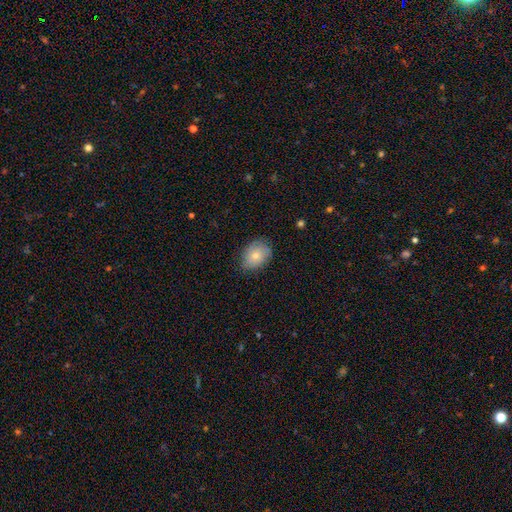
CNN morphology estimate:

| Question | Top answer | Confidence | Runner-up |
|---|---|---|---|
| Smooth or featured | smooth | 76% | featured or disk (17%) |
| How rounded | in between | 71% | round (28%) |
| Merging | none | 77% | minor disturbance (18%) |